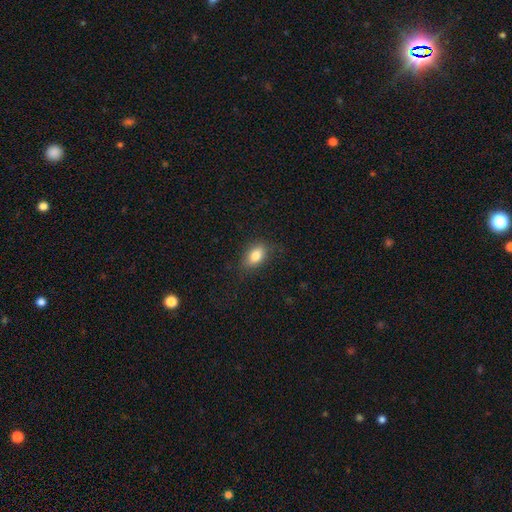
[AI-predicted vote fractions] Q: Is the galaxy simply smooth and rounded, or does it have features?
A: smooth — 82%.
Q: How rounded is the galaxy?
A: in between — 85%.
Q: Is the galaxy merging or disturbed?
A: none — 82%.